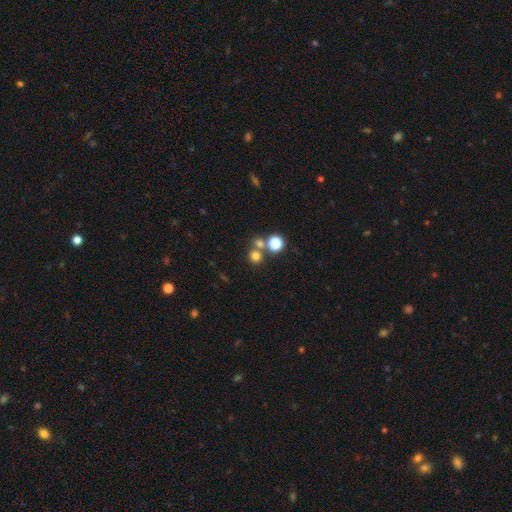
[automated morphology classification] This appears to be a smooth galaxy with no disk features (72%) that is round (89%). Merging: none (63%).